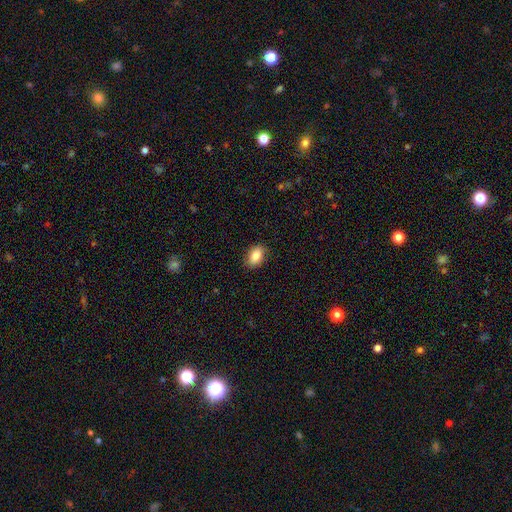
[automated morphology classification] Q: Smooth or featured?
A: smooth (85%); runner-up: featured or disk (8%)
Q: How rounded?
A: in between (88%); runner-up: round (10%)
Q: Merging?
A: none (86%); runner-up: minor disturbance (11%)